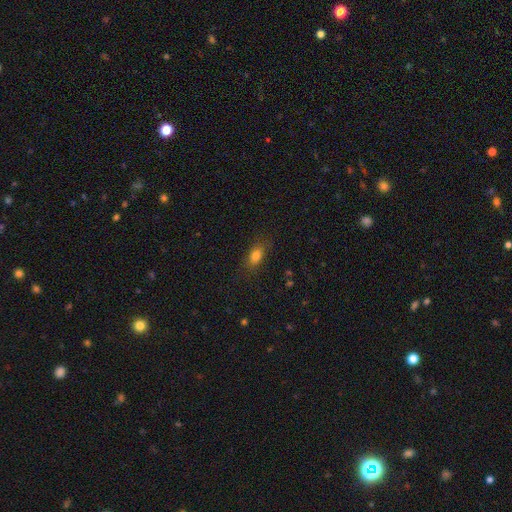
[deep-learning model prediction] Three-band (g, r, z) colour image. It shows a smooth galaxy with no disk features (80%) that is in between round and cigar-shaped (76%). Merging: none (81%).